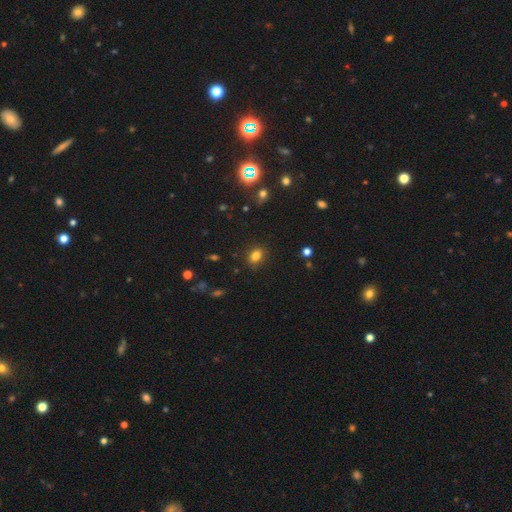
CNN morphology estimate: Q: Smooth or featured?
A: smooth (81%); runner-up: star or artifact (13%)
Q: How rounded?
A: in between (61%); runner-up: round (38%)
Q: Merging?
A: none (86%); runner-up: minor disturbance (9%)